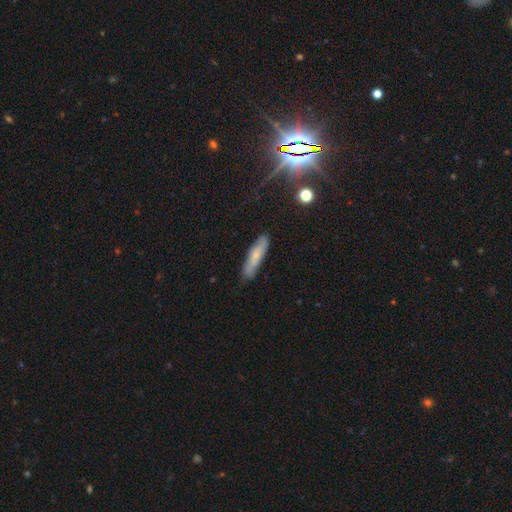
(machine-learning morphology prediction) smooth 60%, featured or disk 33%, star or artifact 7%. Down the decision tree: how rounded — cigar-shaped (78%); merging — none (80%).